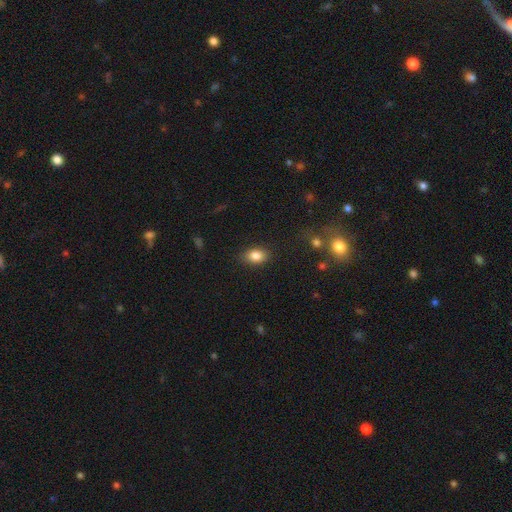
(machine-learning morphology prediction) Q: Smooth or featured?
A: smooth (84%); runner-up: star or artifact (9%)
Q: How rounded?
A: in between (81%); runner-up: round (17%)
Q: Merging?
A: none (85%); runner-up: minor disturbance (11%)